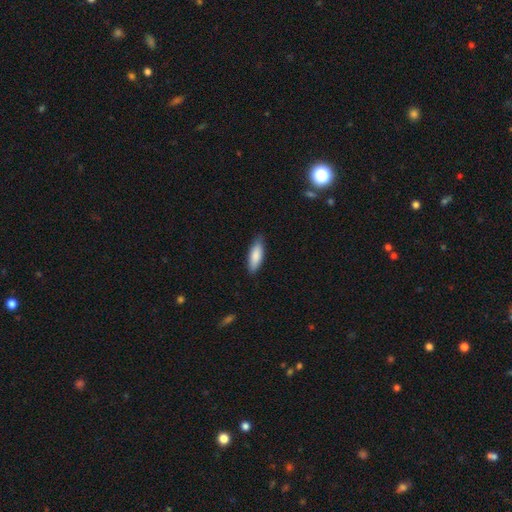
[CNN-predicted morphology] smooth-or-featured: smooth: 85% | featured or disk: 10% | star or artifact: 5%
  how-rounded: in between: 57% | cigar-shaped: 41% | round: 2%
  merging: none: 84% | minor disturbance: 13% | major disturbance: 2% | merger: 1%